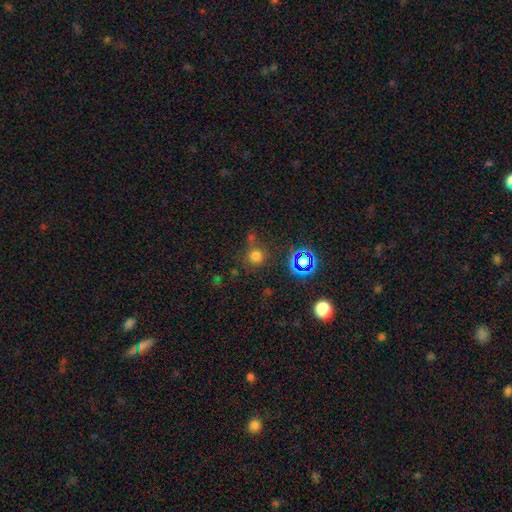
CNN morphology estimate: smooth-or-featured: smooth: 67% | star or artifact: 25% | featured or disk: 7%
  how-rounded: round: 91% | in between: 8% | cigar-shaped: 1%
  merging: none: 69% | minor disturbance: 13% | merger: 12% | major disturbance: 6%